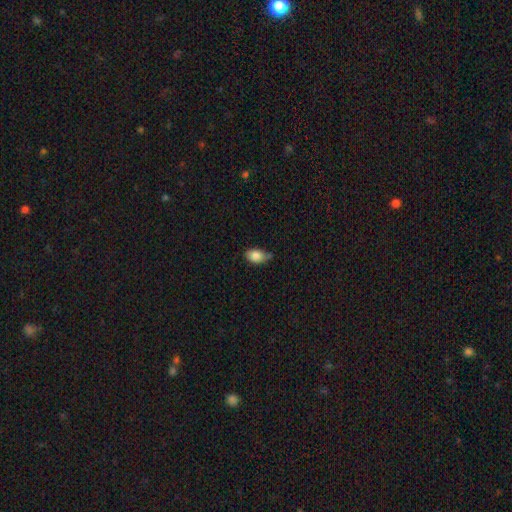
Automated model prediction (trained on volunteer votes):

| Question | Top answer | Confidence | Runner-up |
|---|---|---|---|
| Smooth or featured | smooth | 84% | featured or disk (8%) |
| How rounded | in between | 85% | round (13%) |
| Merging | none | 53% | minor disturbance (35%) |